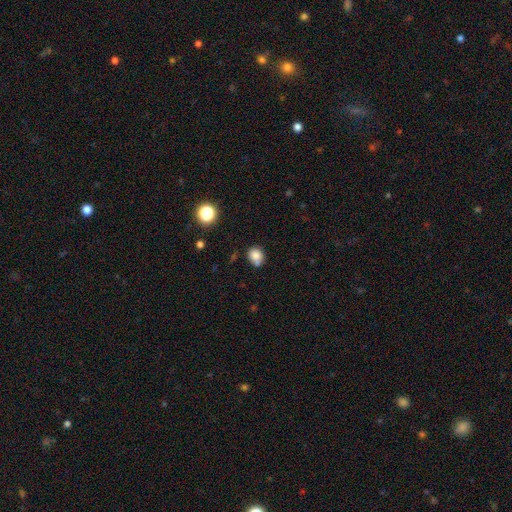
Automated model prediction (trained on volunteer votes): Smooth or featured?
  - smooth: 82% *
  - star or artifact: 11%
  - featured or disk: 7%
How rounded?
  - round: 68% *
  - in between: 31%
  - cigar-shaped: 1%
Merging?
  - none: 59% *
  - minor disturbance: 23%
  - merger: 13%
  - major disturbance: 6%